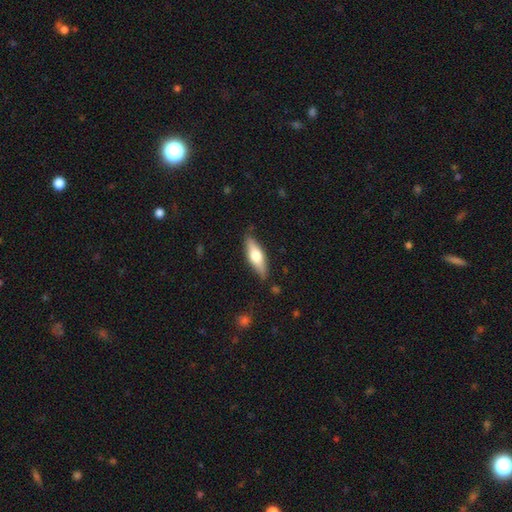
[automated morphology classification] A smooth galaxy with no disk features (54%) that is in between round and cigar-shaped (51%).

Vote fractions:
- Smooth or featured? smooth: 54% / featured or disk: 40% / star or artifact: 6%
- How rounded? in between: 51% / cigar-shaped: 46% / round: 2%
- Merging? none: 85% / minor disturbance: 12% / major disturbance: 2% / merger: 1%